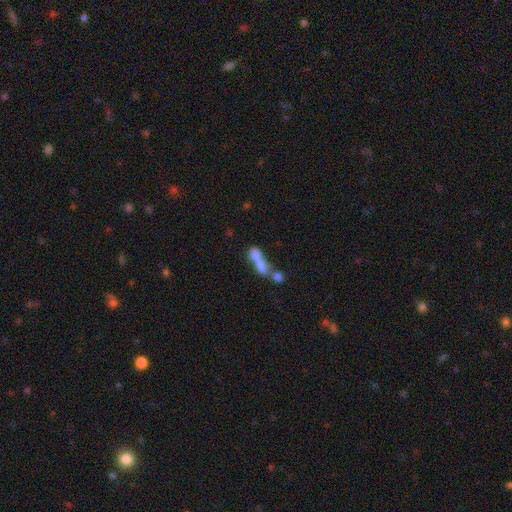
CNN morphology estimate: type=smooth (63%); roundness=in between (51%); merging=merger (71%).